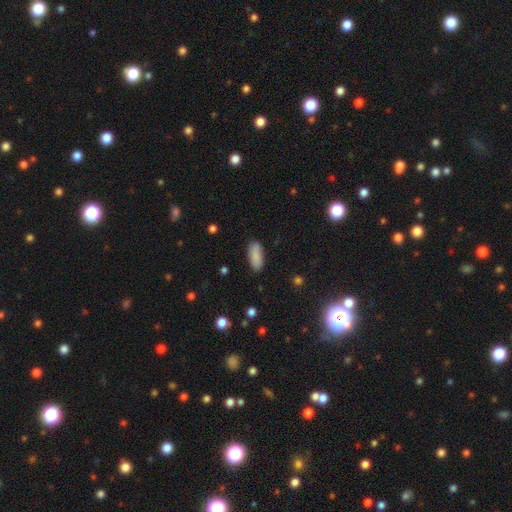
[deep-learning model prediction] The model was most divided on "how rounded": in between: 79%, cigar-shaped: 19%, round: 2%. More confident: smooth or featured — smooth (88%); merging — none (86%).